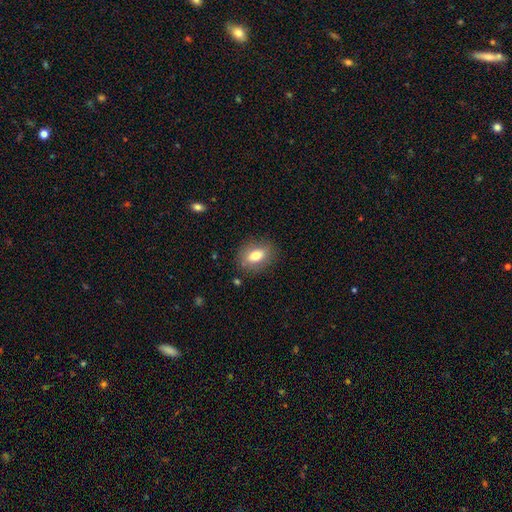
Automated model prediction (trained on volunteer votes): A smooth galaxy with no disk features (75%) that is in between round and cigar-shaped (78%).

Vote fractions:
- Smooth or featured? smooth: 75% / featured or disk: 17% / star or artifact: 8%
- How rounded? in between: 78% / round: 19% / cigar-shaped: 3%
- Merging? none: 84% / minor disturbance: 11% / major disturbance: 3% / merger: 2%